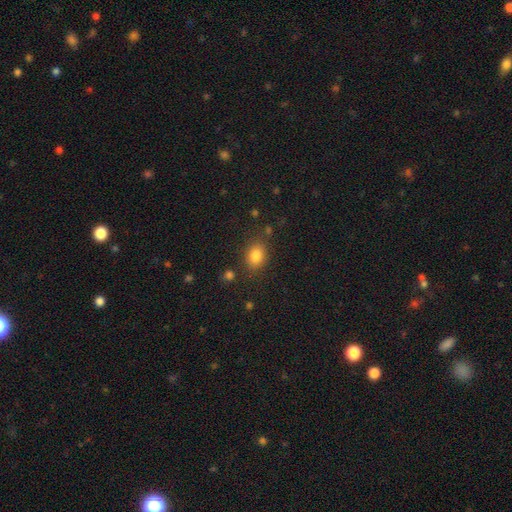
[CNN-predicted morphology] type=smooth (83%); roundness=in between (65%); merging=none (79%).